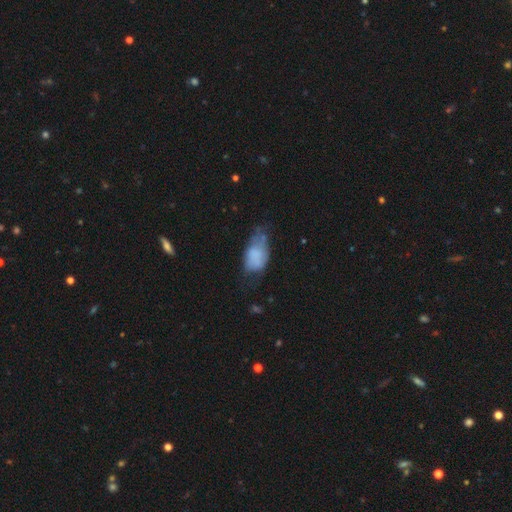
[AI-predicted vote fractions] This is likely a smooth galaxy (67%). How rounded: clearly in between (90%). Merging: marginally minor disturbance (40%).